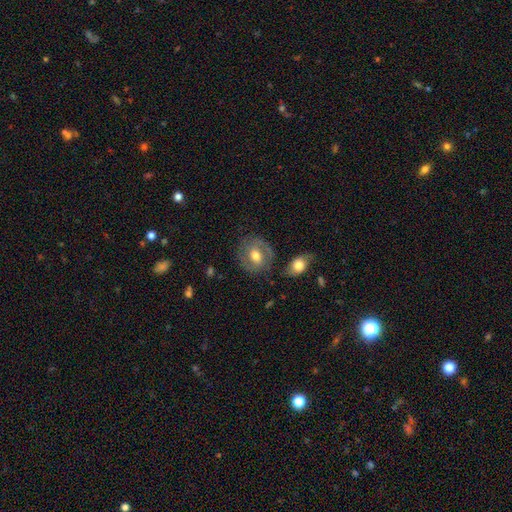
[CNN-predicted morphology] This is possibly a featured or disk galaxy (51%). It is clearly not viewed edge-on (95%). Merging: likely none (74%).